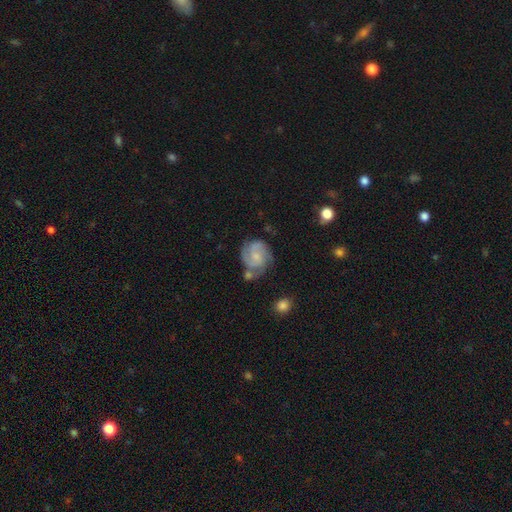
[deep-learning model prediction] The model was most divided on "spiral winding": tight: 46%, medium: 43%, loose: 11%. Remaining: edge-on disk — no (98%); spiral arms — yes (94%); smooth or featured — featured or disk (74%); bar — no (63%); bulge size — small (58%); merging — none (56%); spiral arm count — 2 (41%).